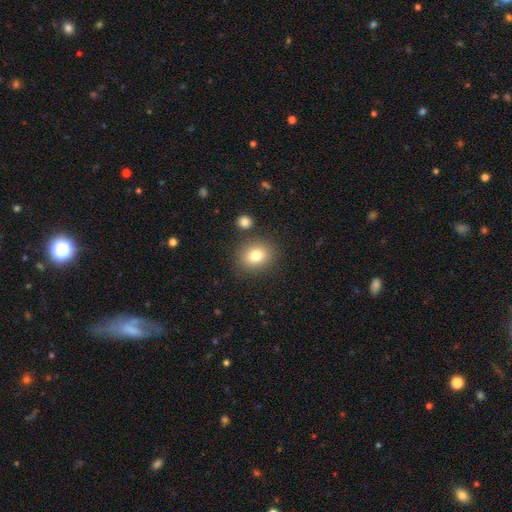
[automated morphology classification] Overall: smooth (79%). How rounded: round (66%; in between 33%). Merging: none (82%).